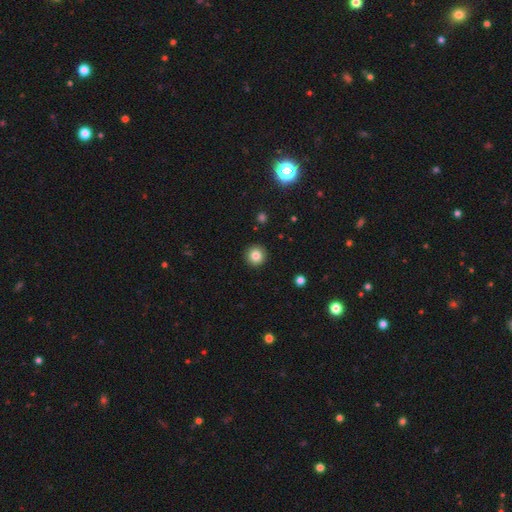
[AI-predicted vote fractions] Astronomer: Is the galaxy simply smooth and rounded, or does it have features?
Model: smooth — 83%.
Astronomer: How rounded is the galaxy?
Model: round — 95%.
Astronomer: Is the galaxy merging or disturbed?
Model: none — 93%.